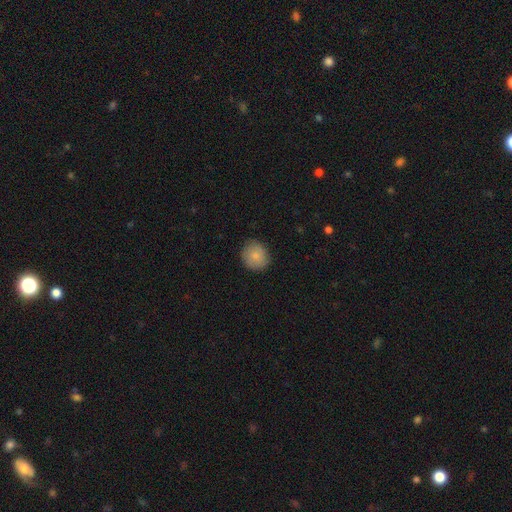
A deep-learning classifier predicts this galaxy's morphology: Smooth or featured: smooth — 82% (featured or disk — 11%)
How rounded: round — 88% (in between — 11%)
Merging: none — 86% (minor disturbance — 11%)